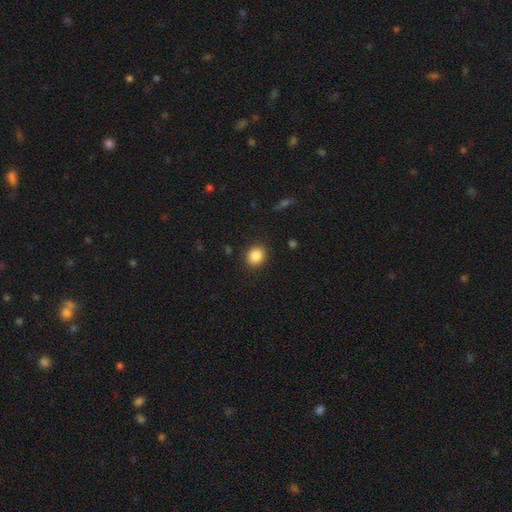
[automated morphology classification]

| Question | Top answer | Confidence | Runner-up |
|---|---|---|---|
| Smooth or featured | smooth | 87% | star or artifact (9%) |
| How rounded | round | 66% | in between (34%) |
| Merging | none | 89% | minor disturbance (7%) |